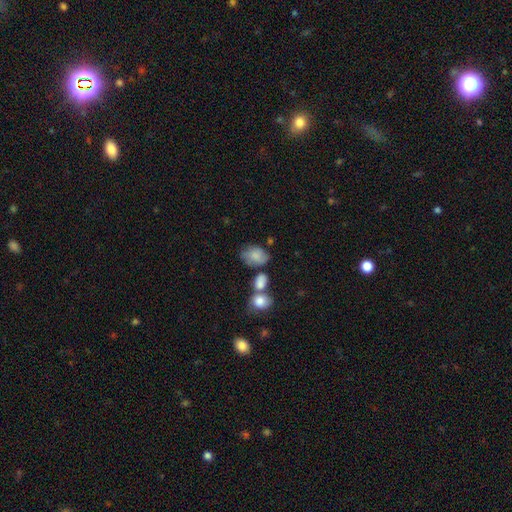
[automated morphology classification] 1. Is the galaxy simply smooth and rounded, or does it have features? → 74% smooth, 18% featured or disk, 8% star or artifact.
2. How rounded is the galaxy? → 77% in between, 22% round, 1% cigar-shaped.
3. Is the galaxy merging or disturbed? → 42% none, 25% minor disturbance, 21% merger, 11% major disturbance.